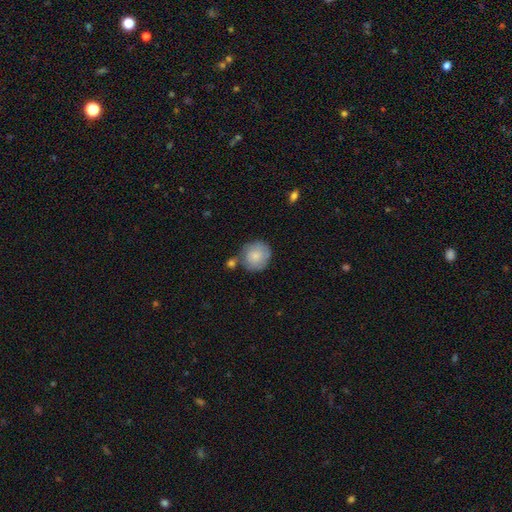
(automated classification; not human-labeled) Morphology: type=smooth (74%); roundness=round (87%); merging=none (58%).